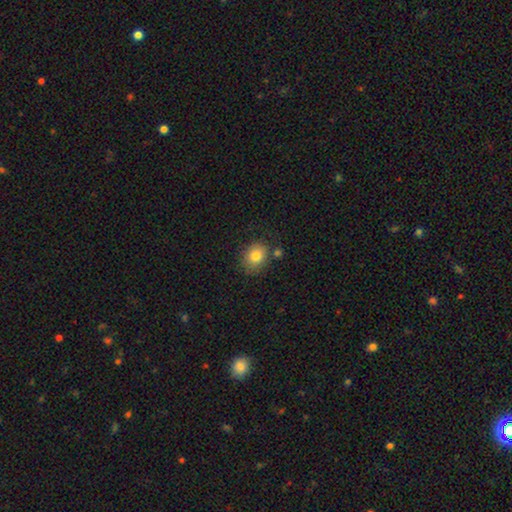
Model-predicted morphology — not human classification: The model was most divided on "how rounded": round: 59%, in between: 40%, cigar-shaped: 1%. More confident: smooth or featured — smooth (81%); merging — none (73%).